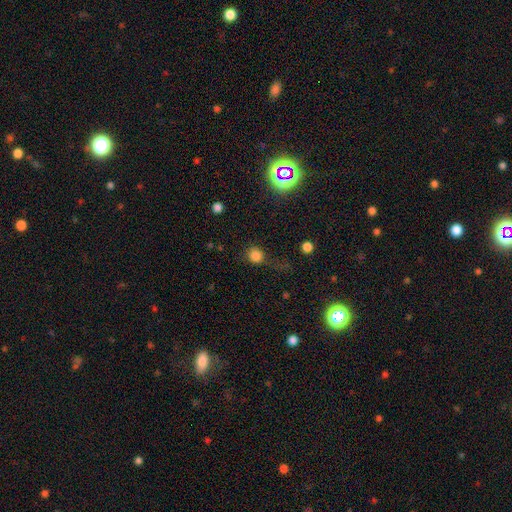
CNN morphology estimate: Smooth or featured?
  - smooth: 80% *
  - star or artifact: 15%
  - featured or disk: 5%
How rounded?
  - round: 86% *
  - in between: 13%
  - cigar-shaped: 1%
Merging?
  - none: 63% *
  - minor disturbance: 18%
  - major disturbance: 14%
  - merger: 5%